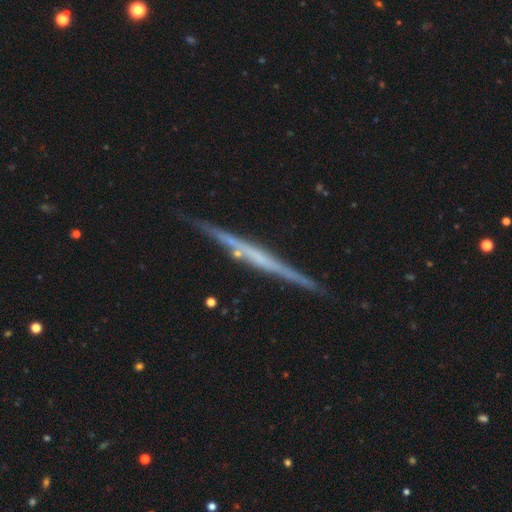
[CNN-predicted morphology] This is likely a featured or disk galaxy (74%). It is clearly viewed edge-on (98%). Edge-on bulge: likely none (71%). Merging: clearly none (87%).